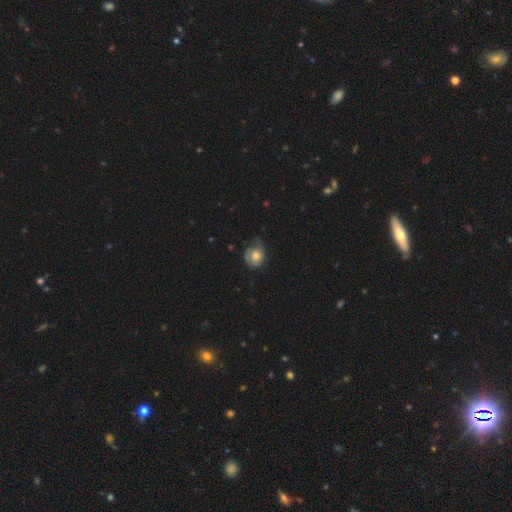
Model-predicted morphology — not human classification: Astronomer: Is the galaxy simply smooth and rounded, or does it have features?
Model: smooth — 72%.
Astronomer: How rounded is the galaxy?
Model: round — 71%.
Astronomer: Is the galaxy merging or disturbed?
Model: none — 47% (runner-up: minor disturbance, 37%).